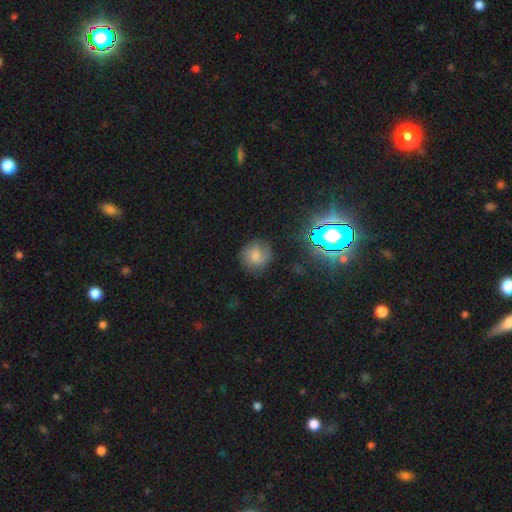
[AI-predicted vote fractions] smooth-or-featured: smooth: 54% | featured or disk: 31% | star or artifact: 16%
  how-rounded: round: 82% | in between: 17% | cigar-shaped: 1%
  merging: none: 68% | minor disturbance: 21% | major disturbance: 9% | merger: 2%